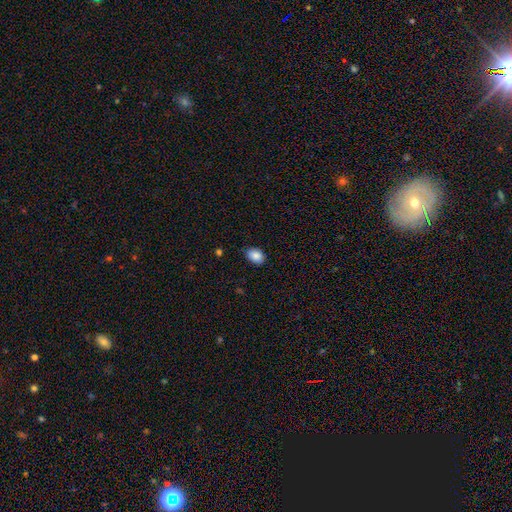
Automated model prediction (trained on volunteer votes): A smooth galaxy with no disk features (88%) that is in between round and cigar-shaped (78%). Merging: none (84%).